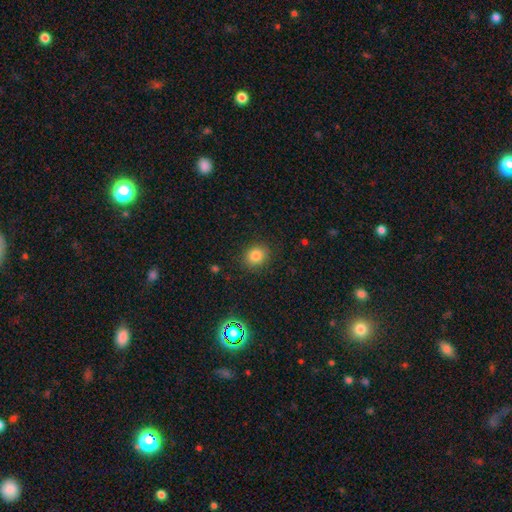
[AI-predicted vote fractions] Overall: smooth (82%). How rounded: round (71%). Merging: none (88%).